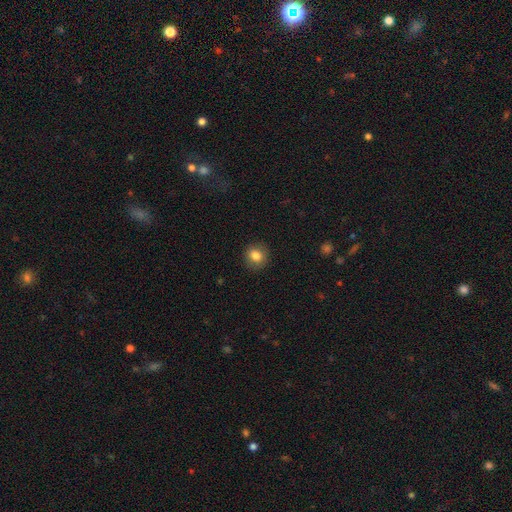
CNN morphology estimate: smooth 83%, star or artifact 10%, featured or disk 7%. Down the decision tree: how rounded — round (84%); merging — none (89%).